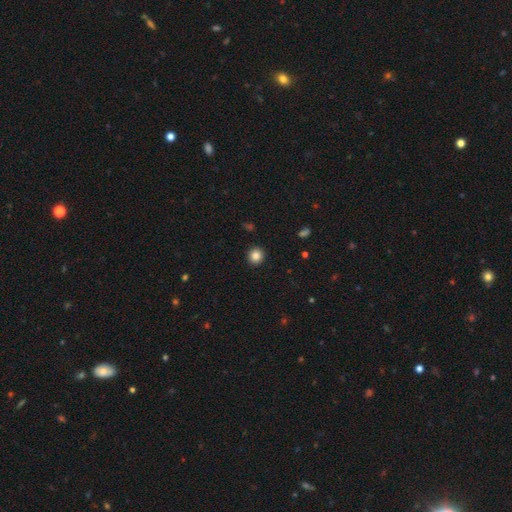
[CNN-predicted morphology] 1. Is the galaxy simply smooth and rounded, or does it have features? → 84% smooth, 11% star or artifact, 5% featured or disk.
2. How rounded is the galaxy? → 92% round, 7% in between, 1% cigar-shaped.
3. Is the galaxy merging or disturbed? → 93% none, 5% minor disturbance, 2% major disturbance, 1% merger.